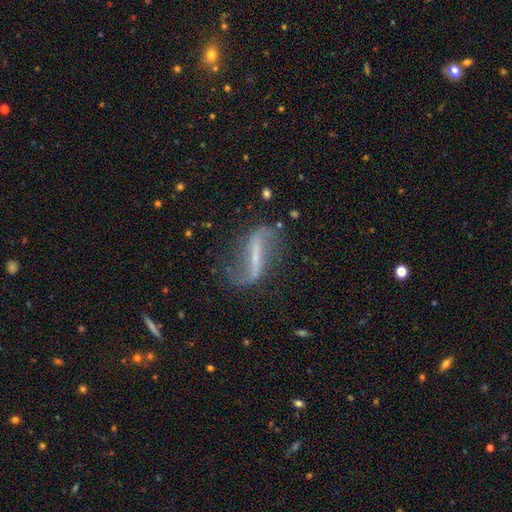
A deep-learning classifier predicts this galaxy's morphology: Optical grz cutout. It shows a featured or disk galaxy (81%) with a strong bar (66%), 2 (88%) loose (84%) spiral arms (88%) and a small central bulge (50%). Merging: none (68%).